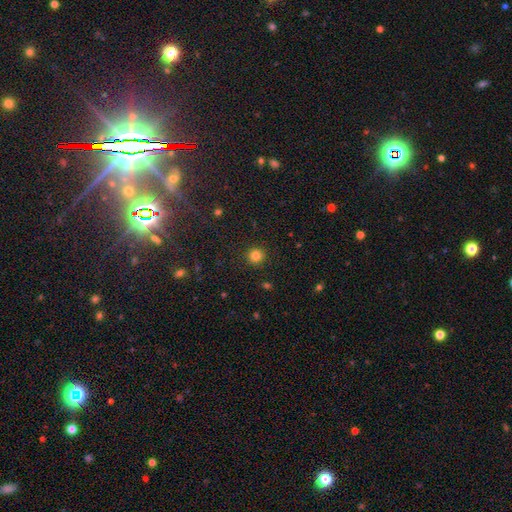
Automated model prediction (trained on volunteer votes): A smooth galaxy with no disk features (82%) that is round (94%).

Vote fractions:
- Smooth or featured? smooth: 82% / star or artifact: 13% / featured or disk: 5%
- How rounded? round: 94% / in between: 5% / cigar-shaped: 1%
- Merging? none: 92% / minor disturbance: 5% / major disturbance: 2% / merger: 1%